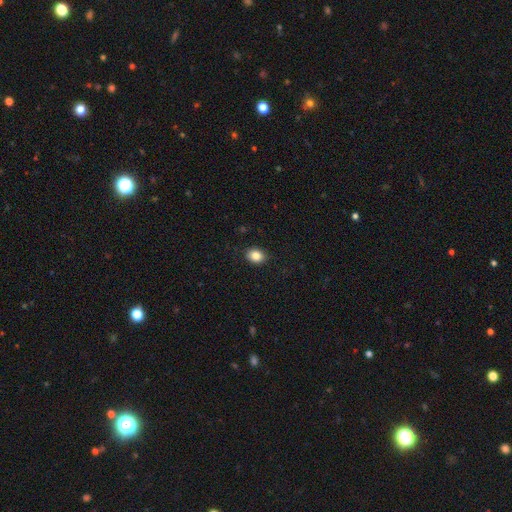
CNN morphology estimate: smooth-or-featured: smooth: 86% | star or artifact: 9% | featured or disk: 5%
  how-rounded: in between: 58% | round: 42% | cigar-shaped: 1%
  merging: none: 89% | minor disturbance: 8% | major disturbance: 2% | merger: 1%